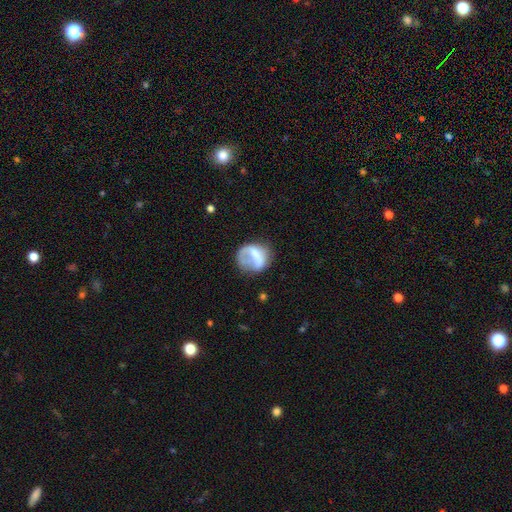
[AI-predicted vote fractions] This appears to be a smooth galaxy with no disk features (56%) that is round (71%). Merging: none (39%).